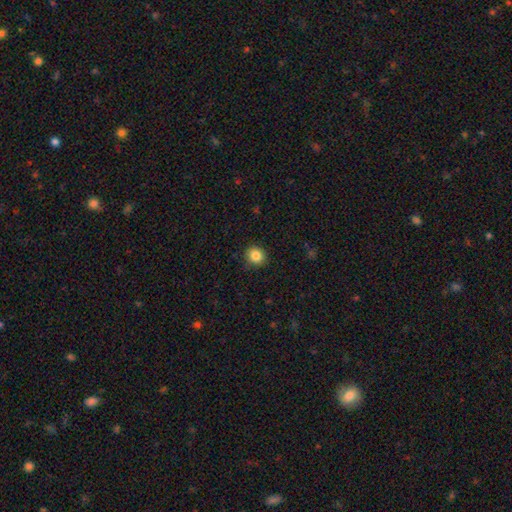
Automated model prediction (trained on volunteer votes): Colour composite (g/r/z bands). It shows a smooth galaxy with no disk features (85%) that is round (88%). Merging: none (90%).